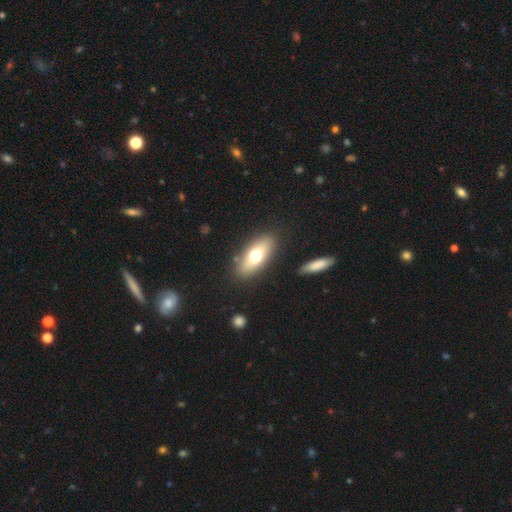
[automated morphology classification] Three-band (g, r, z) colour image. It shows a smooth galaxy with no disk features (66%) that is in between round and cigar-shaped (79%). Merging: none (84%).